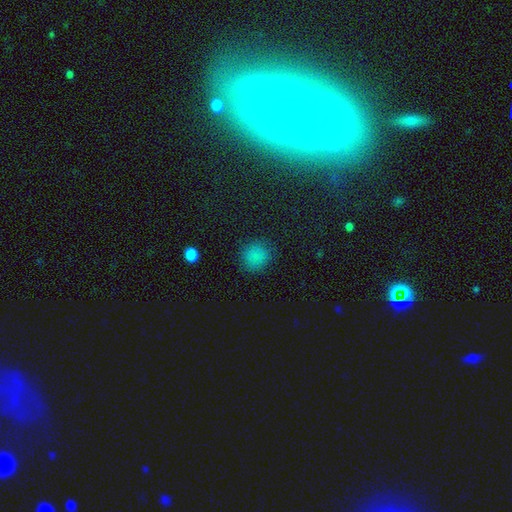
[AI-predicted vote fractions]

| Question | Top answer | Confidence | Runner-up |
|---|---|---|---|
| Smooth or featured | smooth | 80% | star or artifact (15%) |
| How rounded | round | 87% | in between (12%) |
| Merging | none | 83% | minor disturbance (11%) |